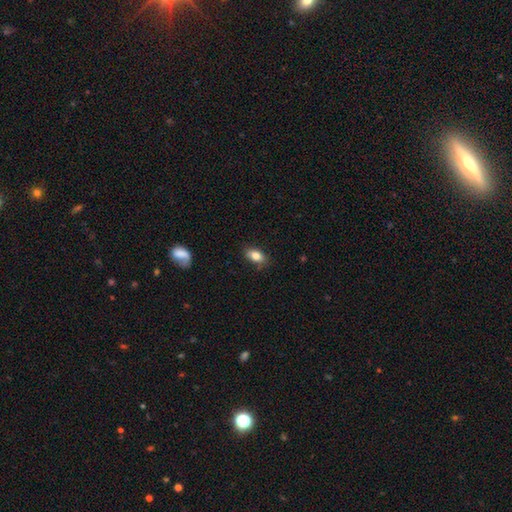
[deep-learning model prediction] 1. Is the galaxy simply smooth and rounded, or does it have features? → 83% smooth, 9% featured or disk, 8% star or artifact.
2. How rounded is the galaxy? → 88% in between, 8% round, 4% cigar-shaped.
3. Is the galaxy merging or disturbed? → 80% none, 16% minor disturbance, 3% major disturbance, 1% merger.